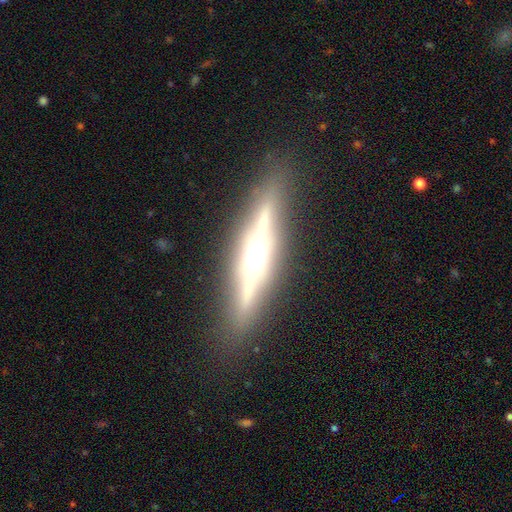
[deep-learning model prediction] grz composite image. It shows a featured or disk galaxy (80%) viewed edge-on (96%) with a rounded central bulge (85%). Merging: none (87%).